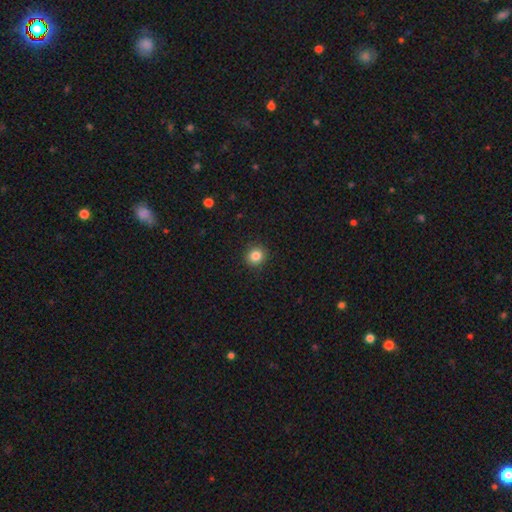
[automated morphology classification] This is clearly a smooth galaxy (84%). How rounded: clearly round (85%). Merging: clearly none (91%).